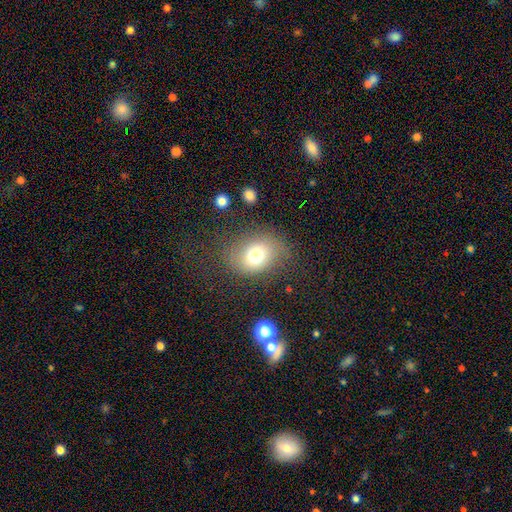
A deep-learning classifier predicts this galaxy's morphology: Smooth or featured?
  - smooth: 72% *
  - featured or disk: 16%
  - star or artifact: 12%
How rounded?
  - in between: 56% *
  - round: 43%
  - cigar-shaped: 1%
Merging?
  - none: 68% *
  - minor disturbance: 19%
  - major disturbance: 11%
  - merger: 2%